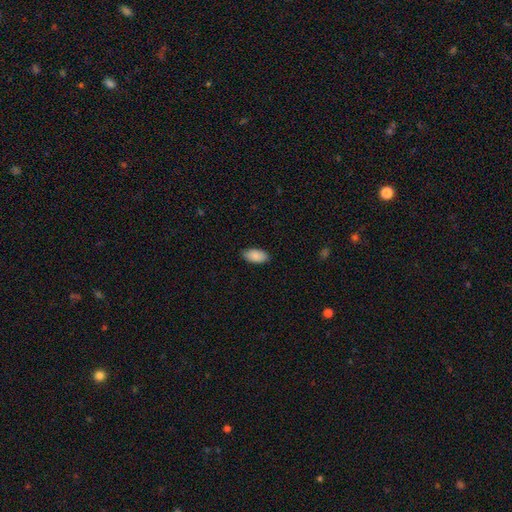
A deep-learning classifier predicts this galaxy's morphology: A smooth galaxy with no disk features (90%) that is in between round and cigar-shaped (95%).

Vote fractions:
- Smooth or featured? smooth: 90% / star or artifact: 6% / featured or disk: 4%
- How rounded? in between: 95% / cigar-shaped: 3% / round: 2%
- Merging? none: 88% / minor disturbance: 9% / major disturbance: 2% / merger: 1%